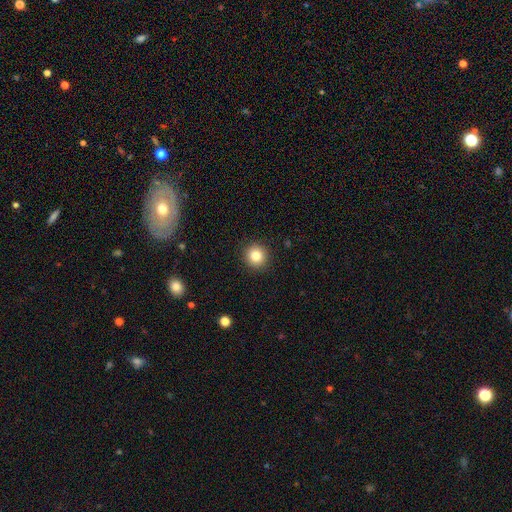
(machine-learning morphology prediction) This is clearly a smooth galaxy (83%). How rounded: clearly round (93%). Merging: clearly none (92%).